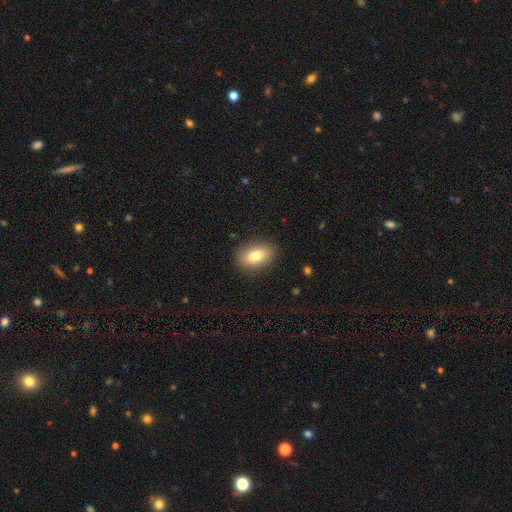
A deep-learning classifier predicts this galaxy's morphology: Q: Smooth or featured?
A: smooth (78%); runner-up: featured or disk (14%)
Q: How rounded?
A: in between (87%); runner-up: round (10%)
Q: Merging?
A: none (87%); runner-up: minor disturbance (9%)